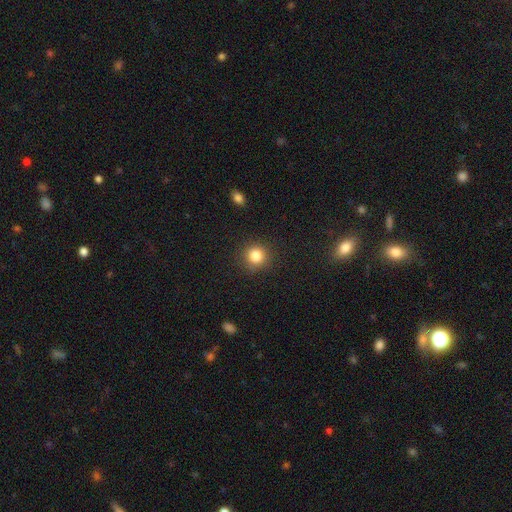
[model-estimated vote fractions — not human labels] Smooth or featured? Predicted: smooth (p=0.83). How rounded? Predicted: round (p=0.92). Merging? Predicted: none (p=0.88).